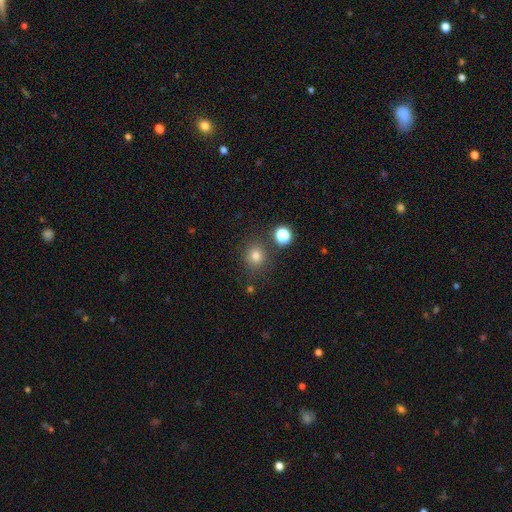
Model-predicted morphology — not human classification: The model was most divided on "smooth or featured": smooth: 77%, star or artifact: 16%, featured or disk: 7%. More confident: how rounded — round (86%); merging — none (81%).